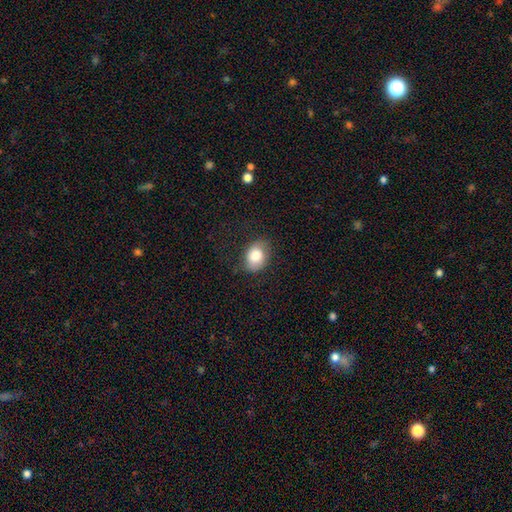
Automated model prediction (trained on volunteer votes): smooth 80%, featured or disk 12%, star or artifact 8%. Down the decision tree: how rounded — in between (69%); merging — none (75%).